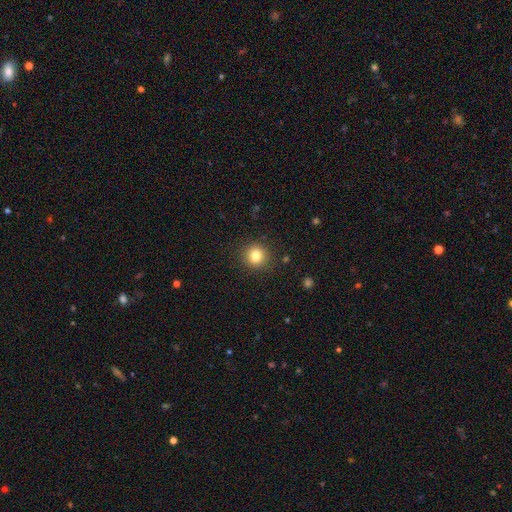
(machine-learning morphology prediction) Smooth or featured?
  - smooth: 82% *
  - star or artifact: 12%
  - featured or disk: 7%
How rounded?
  - round: 91% *
  - in between: 8%
  - cigar-shaped: 1%
Merging?
  - none: 90% *
  - minor disturbance: 7%
  - major disturbance: 2%
  - merger: 1%